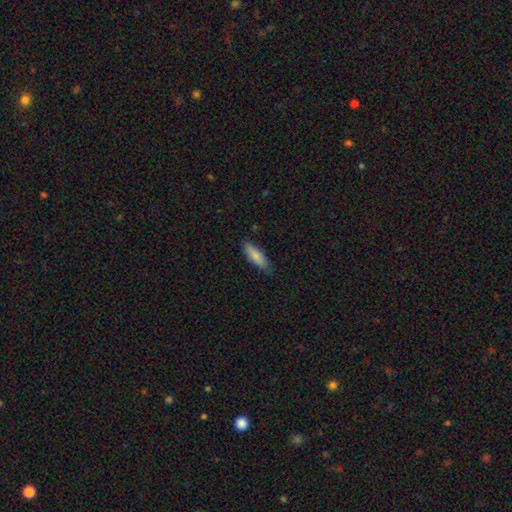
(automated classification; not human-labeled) This is likely a smooth galaxy (79%). How rounded: possibly cigar-shaped (51%). Merging: clearly none (81%).